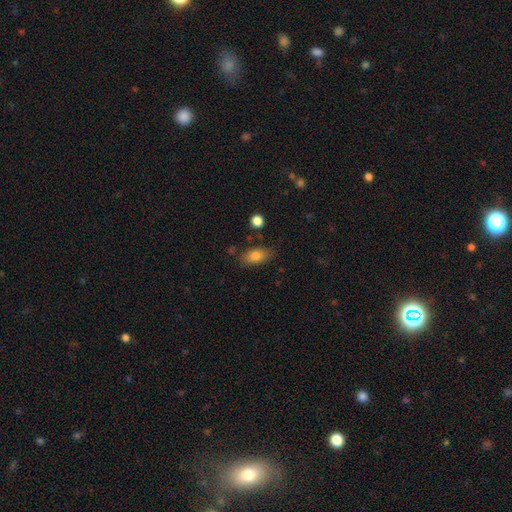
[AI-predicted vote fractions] smooth_or_featured: smooth (p=0.80) [alt: featured or disk p=0.12]
how_rounded: in between (p=0.86) [alt: round p=0.07]
merging: none (p=0.79) [alt: minor disturbance p=0.15]